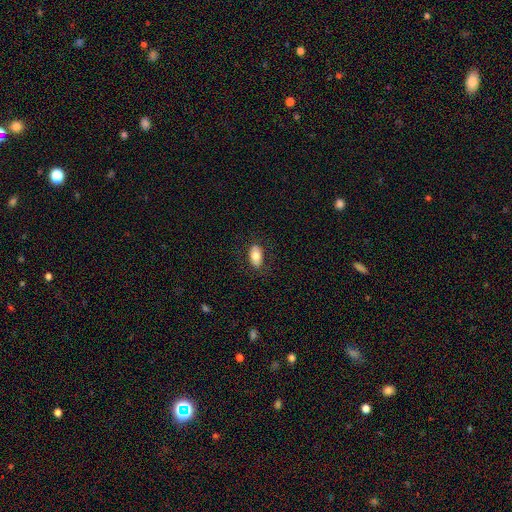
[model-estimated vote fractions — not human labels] Smooth or featured: smooth — 77% (featured or disk — 16%)
How rounded: in between — 92% (round — 5%)
Merging: none — 83% (minor disturbance — 12%)